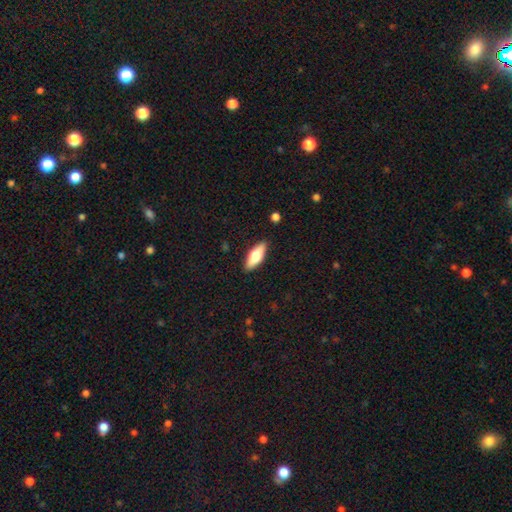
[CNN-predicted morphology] Smooth or featured? smooth (64%)
How rounded? in between (64%)
Merging? none (89%)